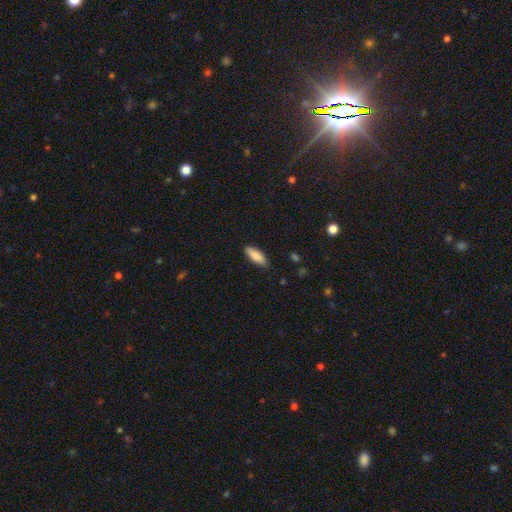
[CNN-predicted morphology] type=smooth (86%); roundness=in between (63%); merging=none (86%).